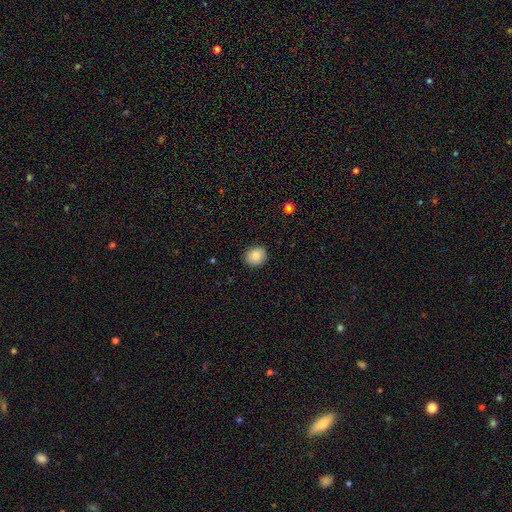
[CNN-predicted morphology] This is clearly a smooth galaxy (85%). How rounded: likely round (76%). Merging: clearly none (89%).